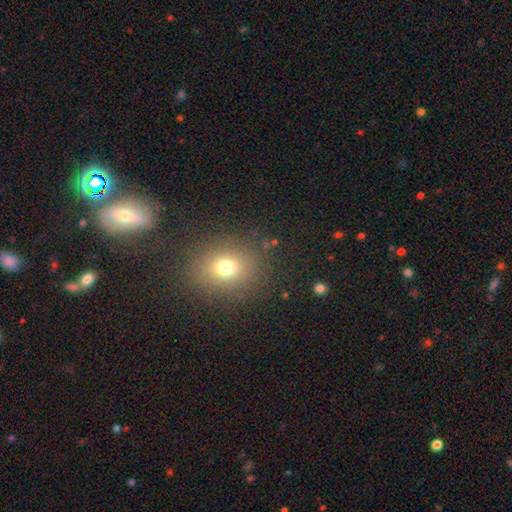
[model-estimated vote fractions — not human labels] A smooth galaxy with no disk features (63%) that is round (65%). Merging: none (83%).